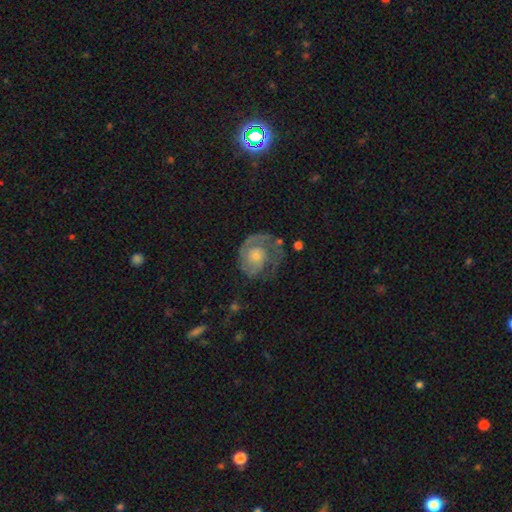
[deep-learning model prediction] The model was most divided on "spiral arm count": 1: 40%, 2: 39%, can't tell: 13%, 3: 5%, 4: 2%, more than 4: 2%. More confident: edge-on disk — no (98%); spiral arms — yes (92%); smooth or featured — featured or disk (78%); bar — no (76%); merging — none (55%); bulge size — small (52%); spiral winding — tight (52%).